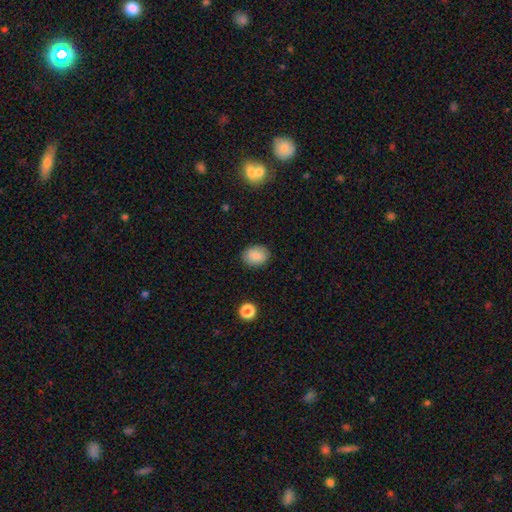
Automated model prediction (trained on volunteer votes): This appears to be a smooth galaxy with no disk features (84%) that is in between round and cigar-shaped (57%). Merging: none (87%).